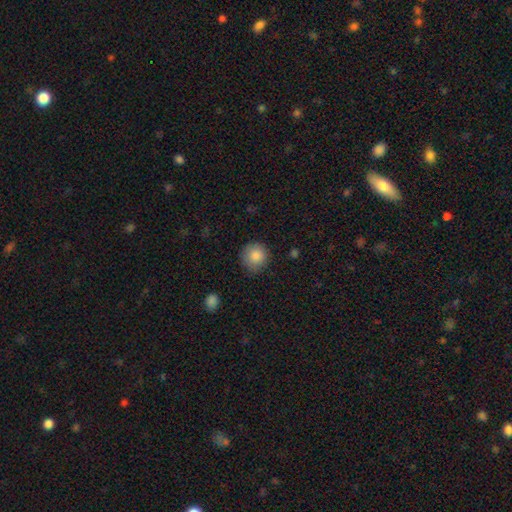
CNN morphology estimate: Smooth or featured: smooth — 86% (star or artifact — 9%)
How rounded: round — 92% (in between — 7%)
Merging: none — 83% (minor disturbance — 13%)